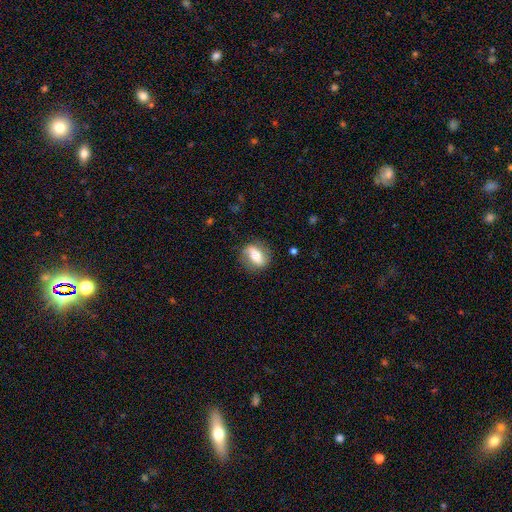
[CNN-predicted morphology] Smooth or featured? Predicted: featured or disk (p=0.52). Edge-on disk? Predicted: no (p=0.87). Merging? Predicted: none (p=0.80).